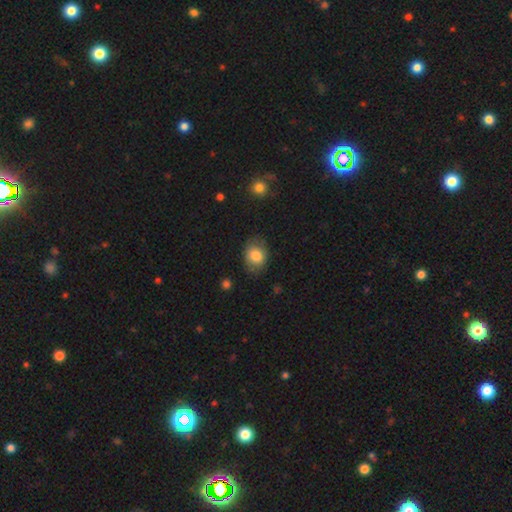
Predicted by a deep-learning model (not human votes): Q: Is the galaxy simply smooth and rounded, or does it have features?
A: smooth — 80%.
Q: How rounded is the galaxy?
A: in between — 63%.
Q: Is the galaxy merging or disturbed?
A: none — 77%.